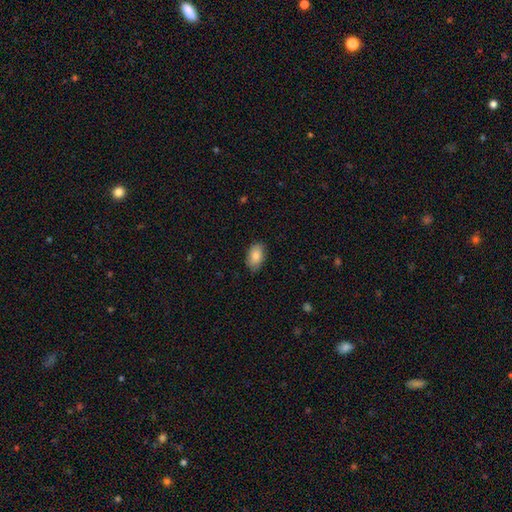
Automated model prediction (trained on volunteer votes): The model was most divided on "merging": none: 82%, minor disturbance: 15%, major disturbance: 3%, merger: 1%. More confident: how rounded — in between (92%); smooth or featured — smooth (85%).